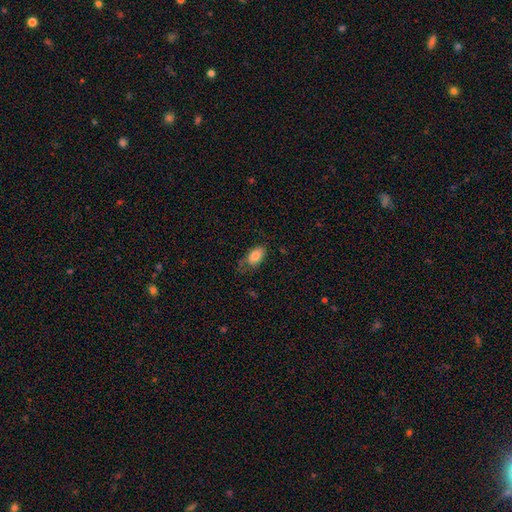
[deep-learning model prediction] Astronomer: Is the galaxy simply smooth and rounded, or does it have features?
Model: smooth — 83%.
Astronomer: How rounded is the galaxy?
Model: in between — 92%.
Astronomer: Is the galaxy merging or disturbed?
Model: none — 49% (runner-up: minor disturbance, 32%).